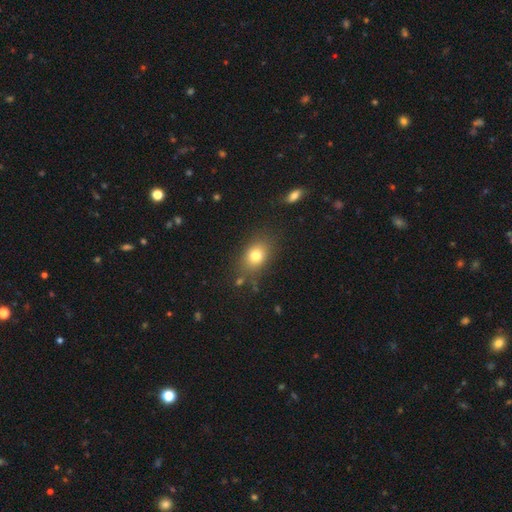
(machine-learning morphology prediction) type=smooth (78%); roundness=in between (65%); merging=none (78%).